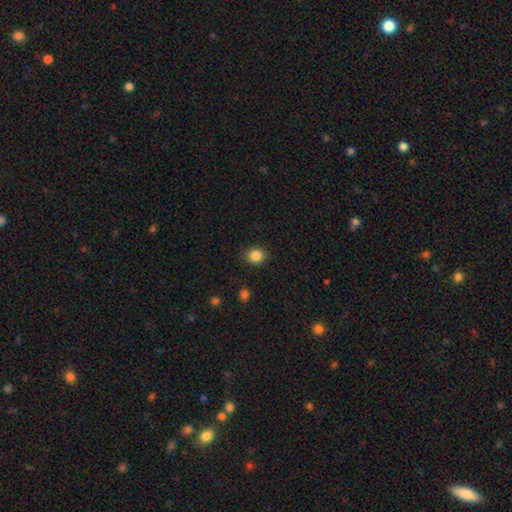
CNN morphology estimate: This appears to be a smooth galaxy with no disk features (86%) that is round (76%). Merging: none (88%).